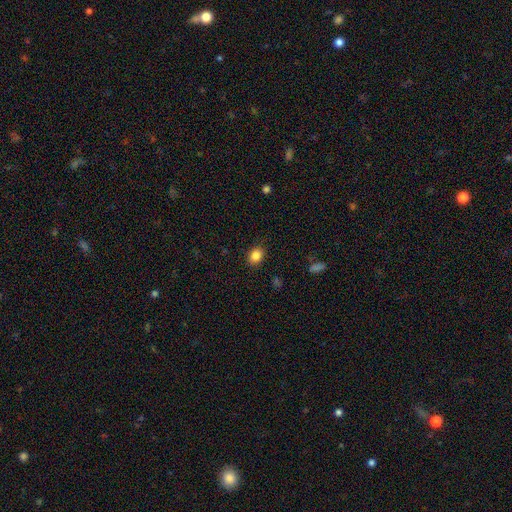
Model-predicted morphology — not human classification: Q: Smooth or featured?
A: smooth (85%); runner-up: star or artifact (10%)
Q: How rounded?
A: in between (56%); runner-up: round (43%)
Q: Merging?
A: none (88%); runner-up: minor disturbance (9%)